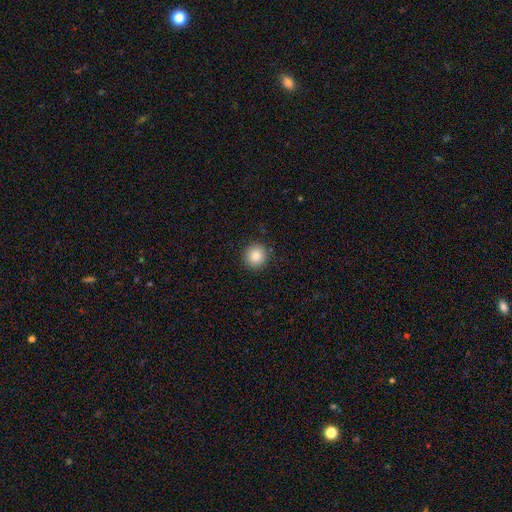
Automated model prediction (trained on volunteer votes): This is clearly a smooth galaxy (85%). How rounded: clearly round (93%). Merging: clearly none (91%).